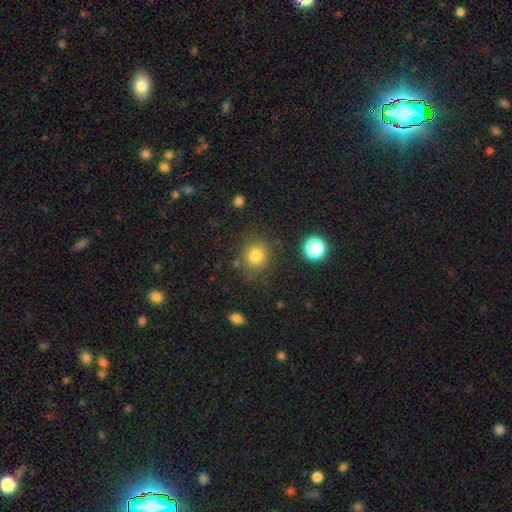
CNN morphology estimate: type=smooth (80%); roundness=round (84%); merging=none (81%).